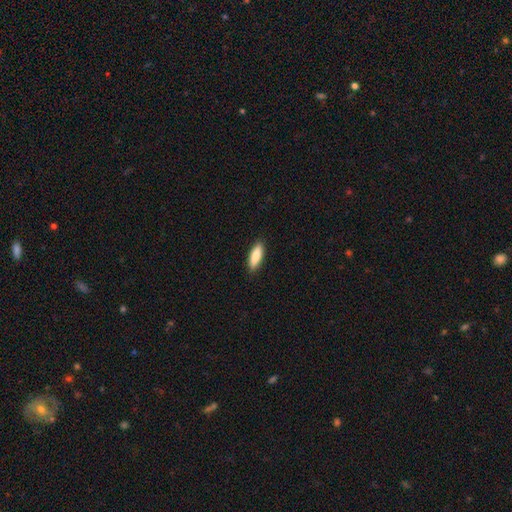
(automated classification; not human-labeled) This appears to be a smooth galaxy with no disk features (86%) that is in between round and cigar-shaped (54%). Merging: none (89%).